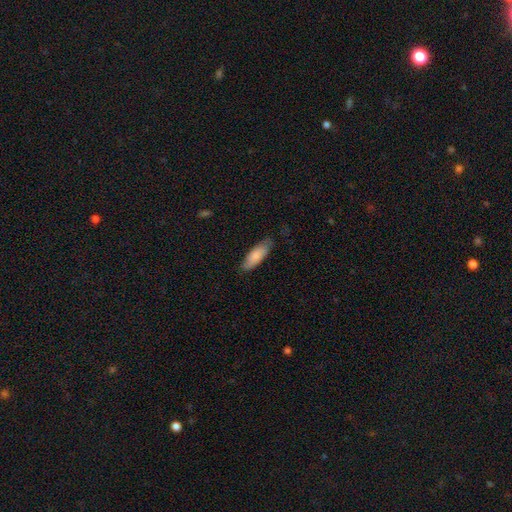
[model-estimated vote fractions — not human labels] Smooth or featured?
  - smooth: 83% *
  - featured or disk: 11%
  - star or artifact: 5%
How rounded?
  - in between: 63% *
  - cigar-shaped: 35%
  - round: 1%
Merging?
  - none: 76% *
  - minor disturbance: 19%
  - major disturbance: 4%
  - merger: 1%